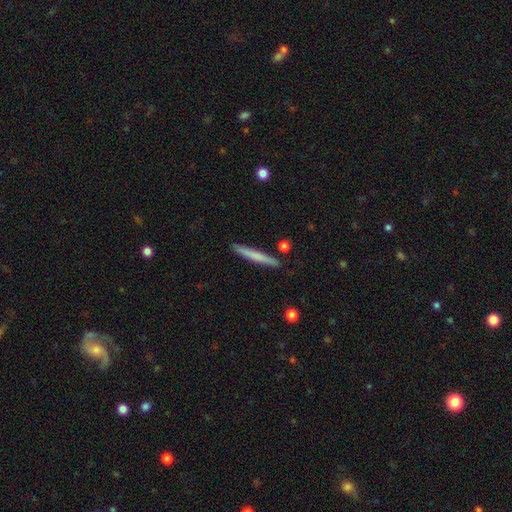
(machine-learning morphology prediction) smooth_or_featured: smooth (p=0.66) [alt: featured or disk p=0.29]
how_rounded: cigar-shaped (p=0.96) [alt: in between p=0.02]
merging: none (p=0.89) [alt: minor disturbance p=0.07]